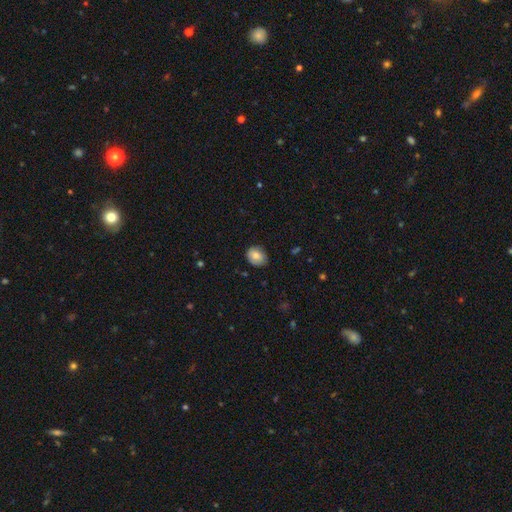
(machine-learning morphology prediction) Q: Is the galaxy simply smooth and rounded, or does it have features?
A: smooth — 81%.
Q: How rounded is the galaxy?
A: in between — 51%.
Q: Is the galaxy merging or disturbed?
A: none — 76%.